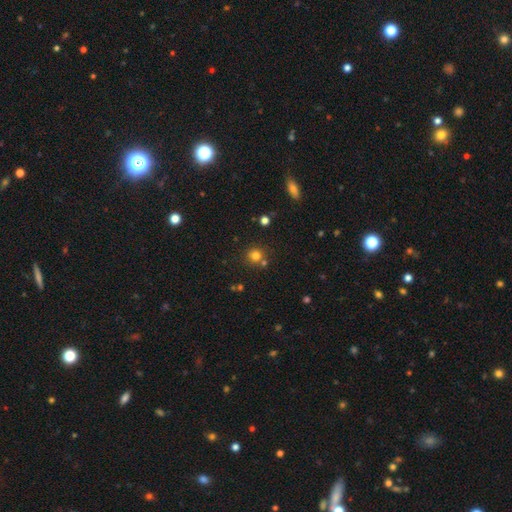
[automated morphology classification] This is likely a smooth galaxy (76%). How rounded: clearly round (90%). Merging: likely none (73%).